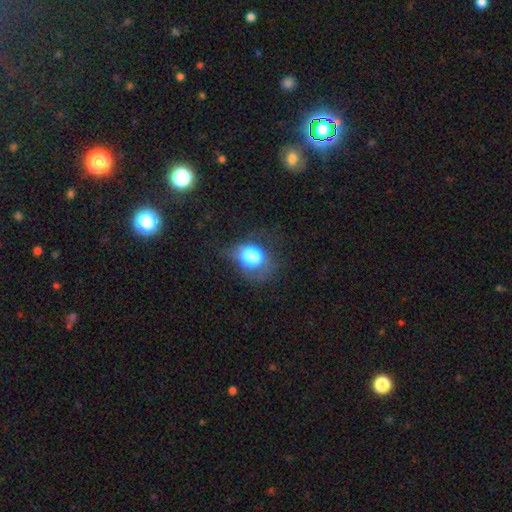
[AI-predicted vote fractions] A smooth galaxy with no disk features (70%) that is round (65%). Merging: none (47%).